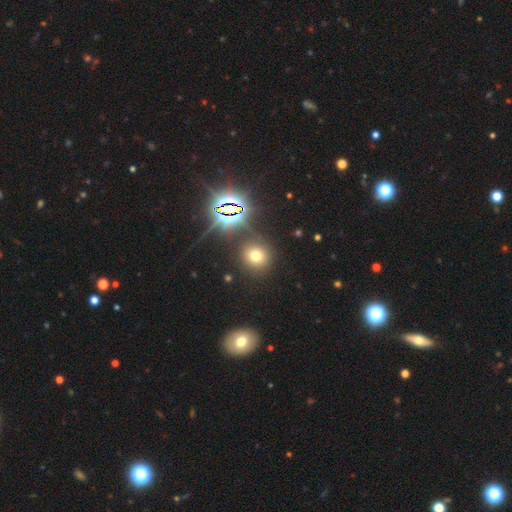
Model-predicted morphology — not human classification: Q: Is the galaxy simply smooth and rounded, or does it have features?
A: smooth — 63%.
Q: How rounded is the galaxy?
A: round — 88%.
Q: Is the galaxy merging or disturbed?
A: none — 84%.